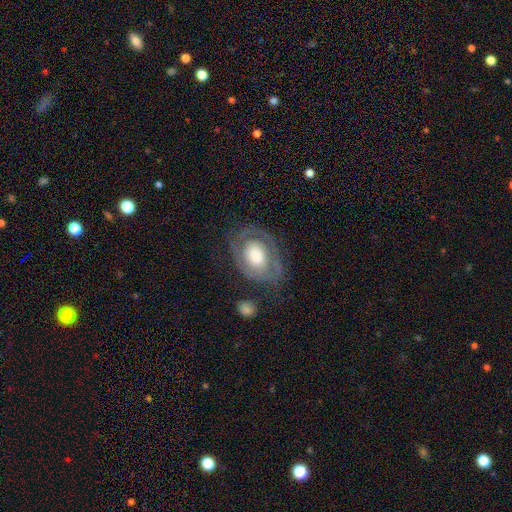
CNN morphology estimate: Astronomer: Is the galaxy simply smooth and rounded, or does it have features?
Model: featured or disk — 67%.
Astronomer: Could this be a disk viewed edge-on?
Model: no — 96%.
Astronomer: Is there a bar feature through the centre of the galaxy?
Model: no — 80%.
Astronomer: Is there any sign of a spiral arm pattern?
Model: yes — 65%.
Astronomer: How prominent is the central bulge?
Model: large — 56%.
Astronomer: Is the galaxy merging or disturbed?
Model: none — 61%.